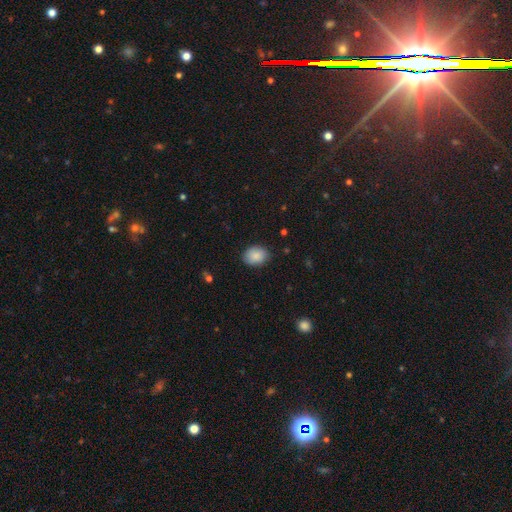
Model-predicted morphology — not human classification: Smooth or featured: smooth — 88% (star or artifact — 7%)
How rounded: in between — 65% (round — 34%)
Merging: none — 82% (minor disturbance — 14%)